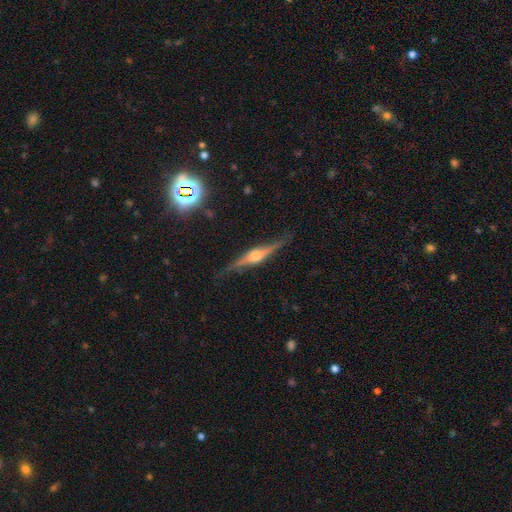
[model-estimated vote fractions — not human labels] smooth-or-featured: featured or disk: 81% | smooth: 12% | star or artifact: 7%
  disk-edge-on: yes: 96% | no: 4%
    edge-on-bulge: rounded: 90% | boxy: 7% | none: 3%
  merging: none: 82% | minor disturbance: 13% | major disturbance: 3% | merger: 1%